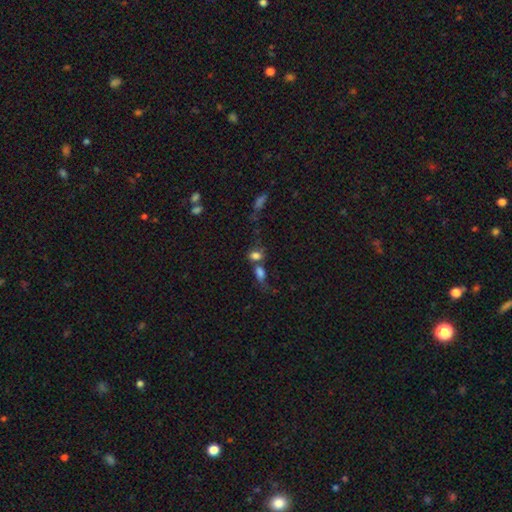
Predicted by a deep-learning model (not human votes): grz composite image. It shows a smooth galaxy with no disk features (77%) that is in between round and cigar-shaped (70%). Merging: merger (47%).